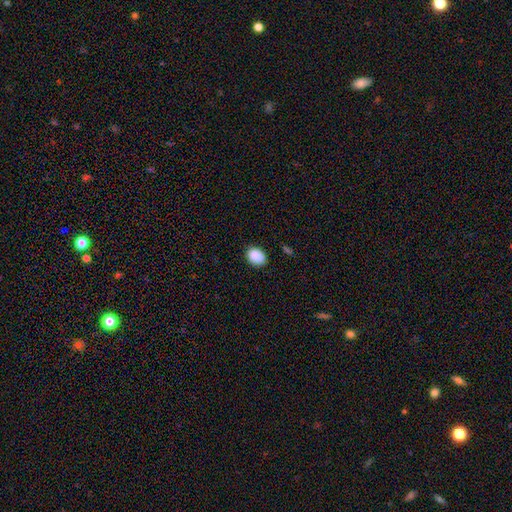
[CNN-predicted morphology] Smooth or featured: smooth — 89% (star or artifact — 8%)
How rounded: in between — 67% (round — 32%)
Merging: none — 84% (minor disturbance — 13%)